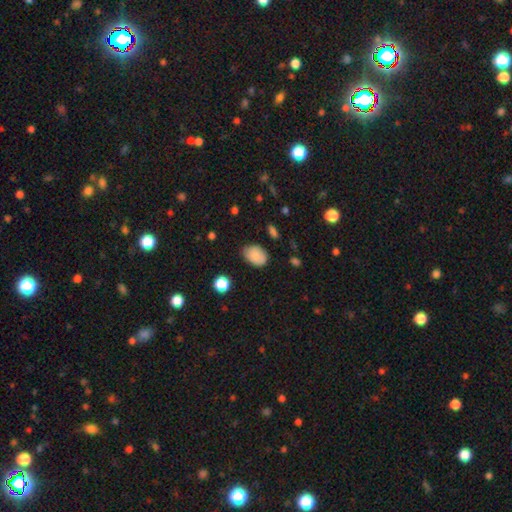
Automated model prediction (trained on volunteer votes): Q: Smooth or featured?
A: smooth (83%); runner-up: star or artifact (9%)
Q: How rounded?
A: in between (79%); runner-up: round (20%)
Q: Merging?
A: none (70%); runner-up: minor disturbance (24%)